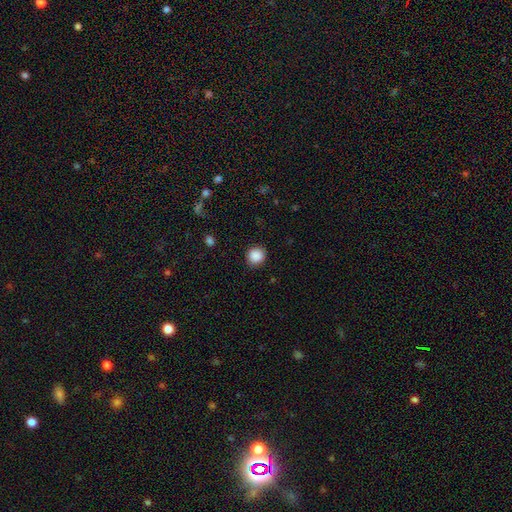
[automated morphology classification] Smooth or featured? Predicted: smooth (p=0.88). How rounded? Predicted: round (p=0.88). Merging? Predicted: none (p=0.88).